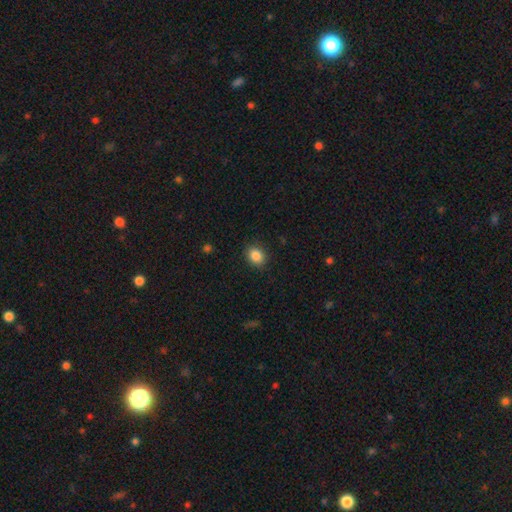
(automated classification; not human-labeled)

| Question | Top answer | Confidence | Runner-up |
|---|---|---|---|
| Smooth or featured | smooth | 86% | star or artifact (9%) |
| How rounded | round | 51% | in between (48%) |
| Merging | none | 88% | minor disturbance (8%) |